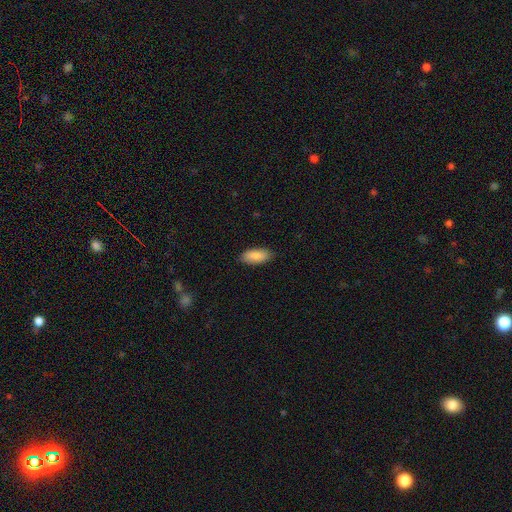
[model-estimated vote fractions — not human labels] smooth 88%, featured or disk 7%, star or artifact 6%. Down the decision tree: how rounded — in between (88%); merging — none (86%).